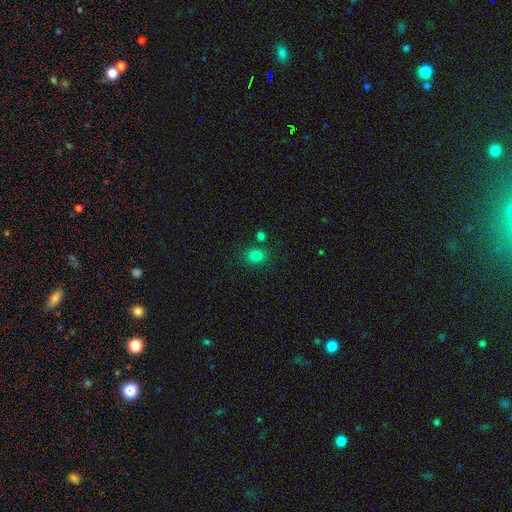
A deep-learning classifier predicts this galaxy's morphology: smooth-or-featured: smooth: 80% | star or artifact: 14% | featured or disk: 6%
  how-rounded: round: 63% | in between: 36% | cigar-shaped: 1%
  merging: none: 78% | minor disturbance: 10% | merger: 9% | major disturbance: 3%